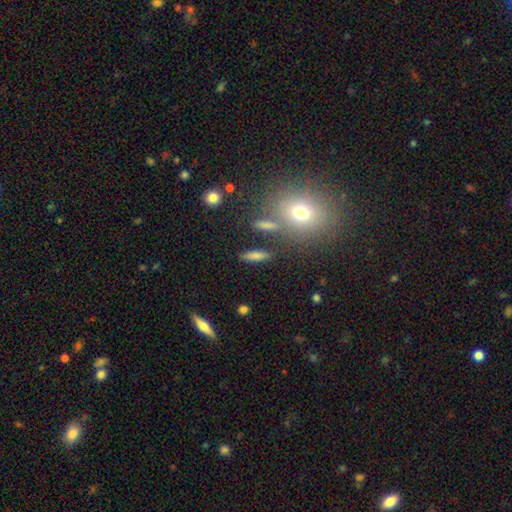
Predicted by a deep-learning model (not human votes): A smooth galaxy with no disk features (74%) that is cigar-shaped (63%).

Vote fractions:
- Smooth or featured? smooth: 74% / featured or disk: 16% / star or artifact: 10%
- How rounded? cigar-shaped: 63% / in between: 32% / round: 5%
- Merging? none: 80% / minor disturbance: 10% / merger: 7% / major disturbance: 4%